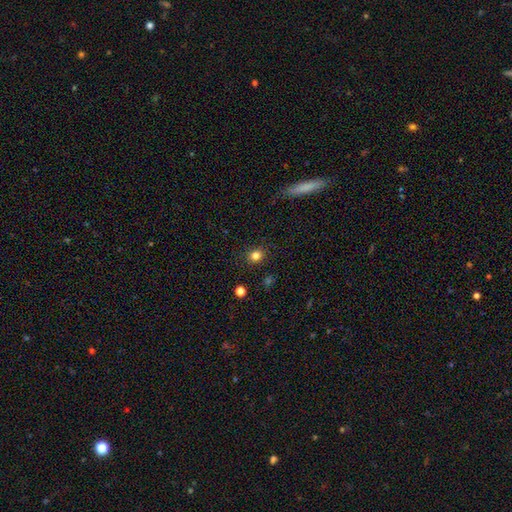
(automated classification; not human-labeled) Morphology: type=smooth (81%); roundness=round (70%); merging=none (87%).